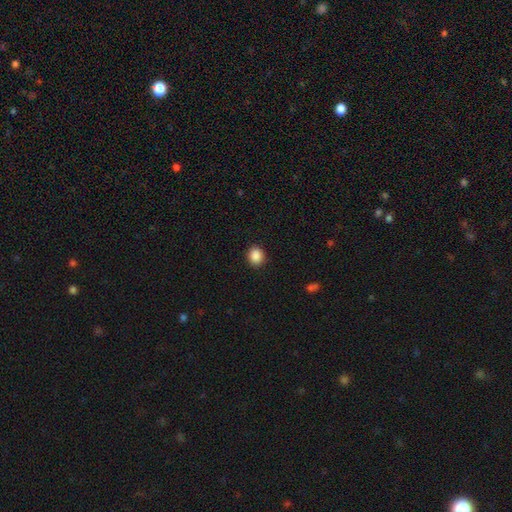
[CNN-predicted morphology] smooth 88%, star or artifact 9%, featured or disk 3%. Down the decision tree: how rounded — round (76%); merging — none (91%).